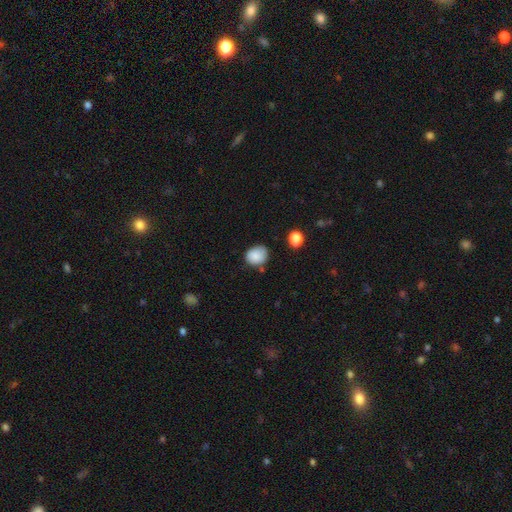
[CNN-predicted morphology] Smooth or featured?
  - smooth: 86% *
  - star or artifact: 9%
  - featured or disk: 6%
How rounded?
  - round: 58% *
  - in between: 41%
  - cigar-shaped: 1%
Merging?
  - none: 63% *
  - minor disturbance: 27%
  - major disturbance: 5%
  - merger: 5%